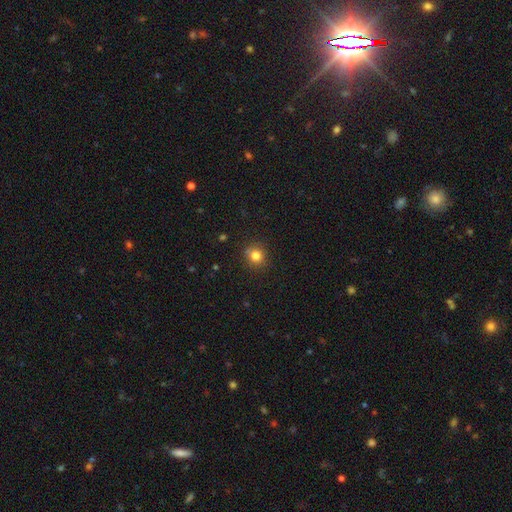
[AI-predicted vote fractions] A smooth galaxy with no disk features (81%) that is round (89%).

Vote fractions:
- Smooth or featured? smooth: 81% / star or artifact: 13% / featured or disk: 6%
- How rounded? round: 89% / in between: 11% / cigar-shaped: 1%
- Merging? none: 84% / minor disturbance: 10% / merger: 4% / major disturbance: 3%